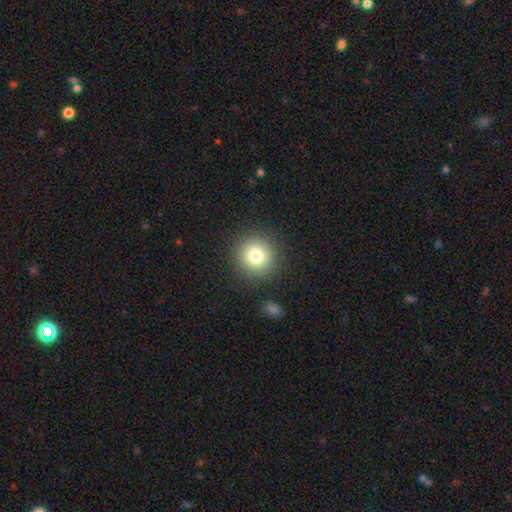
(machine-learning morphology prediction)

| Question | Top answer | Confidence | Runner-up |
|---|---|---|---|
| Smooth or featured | smooth | 80% | star or artifact (12%) |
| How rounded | round | 94% | in between (6%) |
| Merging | none | 89% | minor disturbance (6%) |